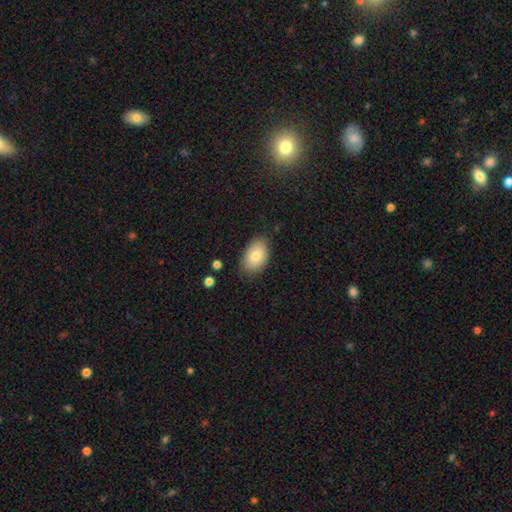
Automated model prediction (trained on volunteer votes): Smooth or featured?
  - smooth: 81% *
  - featured or disk: 12%
  - star or artifact: 8%
How rounded?
  - in between: 88% *
  - round: 11%
  - cigar-shaped: 1%
Merging?
  - none: 81% *
  - minor disturbance: 14%
  - major disturbance: 3%
  - merger: 1%